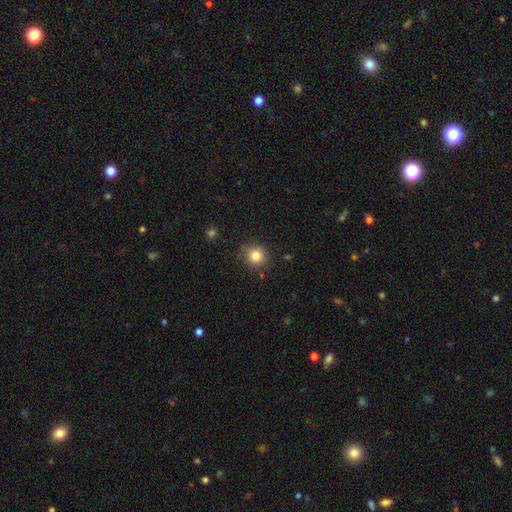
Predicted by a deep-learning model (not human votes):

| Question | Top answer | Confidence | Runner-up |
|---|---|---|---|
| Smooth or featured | smooth | 83% | star or artifact (11%) |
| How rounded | round | 92% | in between (7%) |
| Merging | none | 87% | minor disturbance (9%) |